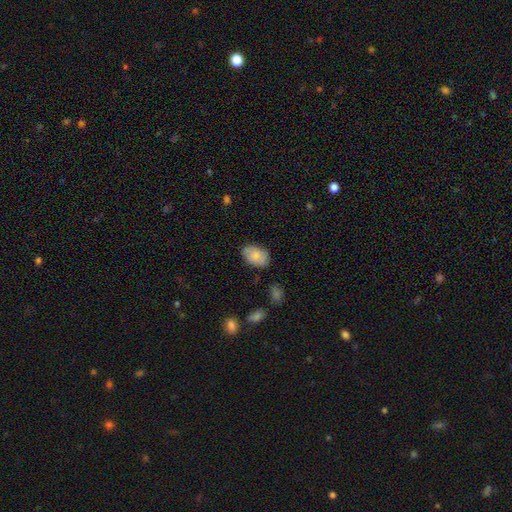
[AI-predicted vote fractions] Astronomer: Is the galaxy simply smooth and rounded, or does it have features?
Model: smooth — 80%.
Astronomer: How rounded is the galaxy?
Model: in between — 88%.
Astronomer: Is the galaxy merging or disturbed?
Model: none — 79%.